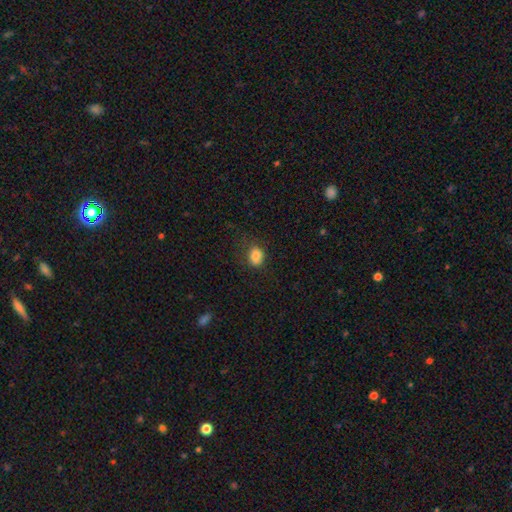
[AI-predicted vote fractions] Morphology: type=smooth (83%); roundness=in between (59%); merging=none (70%).